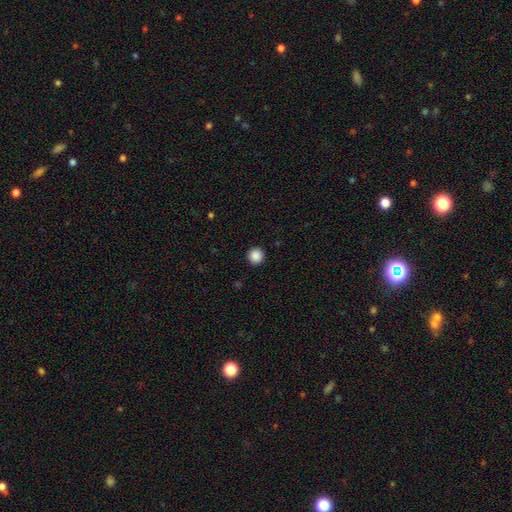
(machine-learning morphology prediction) Smooth or featured?
  - smooth: 88% *
  - star or artifact: 10%
  - featured or disk: 2%
How rounded?
  - round: 96% *
  - in between: 3%
  - cigar-shaped: 1%
Merging?
  - none: 93% *
  - minor disturbance: 4%
  - major disturbance: 2%
  - merger: 1%